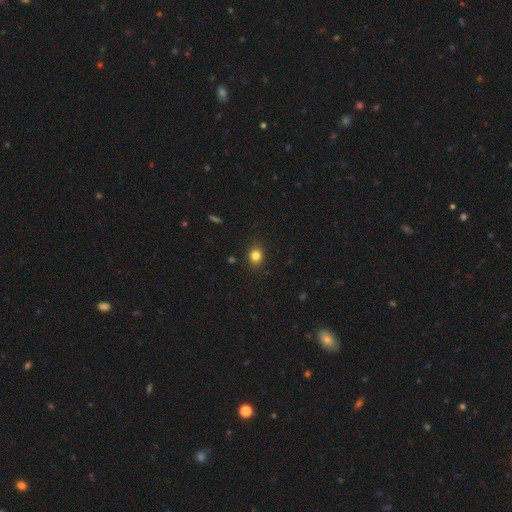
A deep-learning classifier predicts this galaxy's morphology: A smooth galaxy with no disk features (82%) that is round (68%). Merging: none (88%).